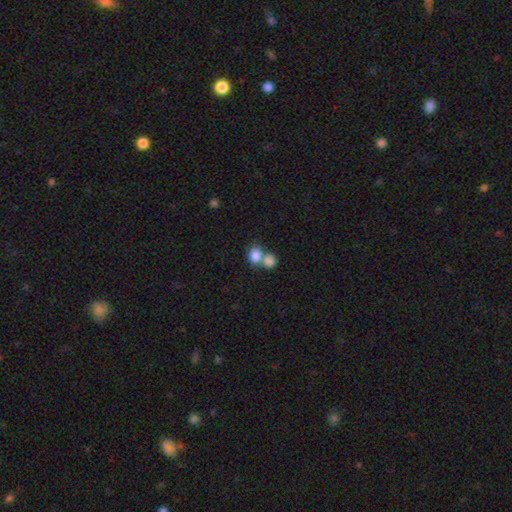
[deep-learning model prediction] Smooth or featured?
  - smooth: 84% *
  - star or artifact: 9%
  - featured or disk: 8%
How rounded?
  - round: 61% *
  - in between: 38%
  - cigar-shaped: 1%
Merging?
  - merger: 57% *
  - none: 33%
  - minor disturbance: 7%
  - major disturbance: 3%